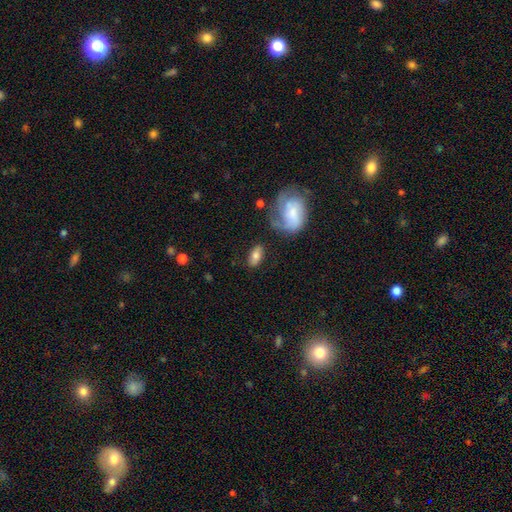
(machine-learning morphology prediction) This is likely a smooth galaxy (71%). How rounded: clearly in between (88%). Merging: likely none (77%).